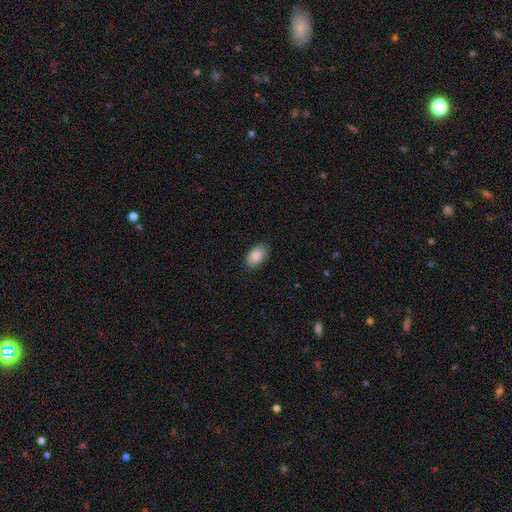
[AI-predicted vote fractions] Overall: smooth (88%). How rounded: in between (93%). Merging: none (86%).